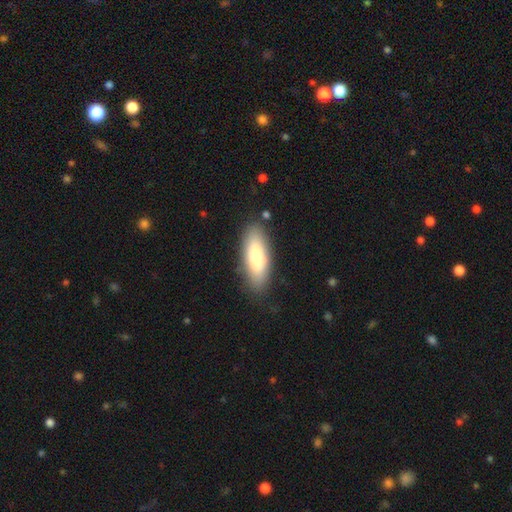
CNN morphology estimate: smooth-or-featured: smooth: 80% | featured or disk: 14% | star or artifact: 6%
  how-rounded: in between: 67% | cigar-shaped: 31% | round: 2%
  merging: none: 82% | minor disturbance: 12% | major disturbance: 4% | merger: 2%